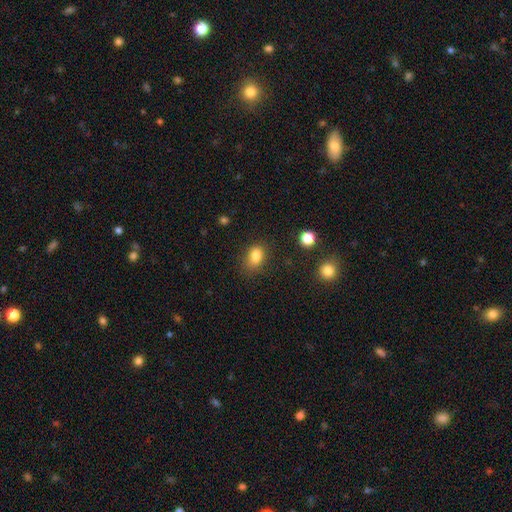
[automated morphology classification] smooth-or-featured: smooth: 81% | star or artifact: 11% | featured or disk: 7%
  how-rounded: in between: 76% | round: 22% | cigar-shaped: 2%
  merging: none: 65% | minor disturbance: 20% | merger: 9% | major disturbance: 7%